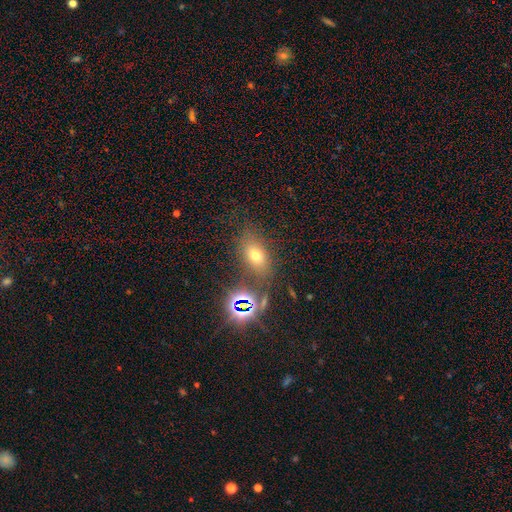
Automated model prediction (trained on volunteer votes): smooth_or_featured: smooth (p=0.59) [alt: star or artifact p=0.28]
how_rounded: in between (p=0.77) [alt: round p=0.19]
merging: none (p=0.74) [alt: minor disturbance p=0.13]